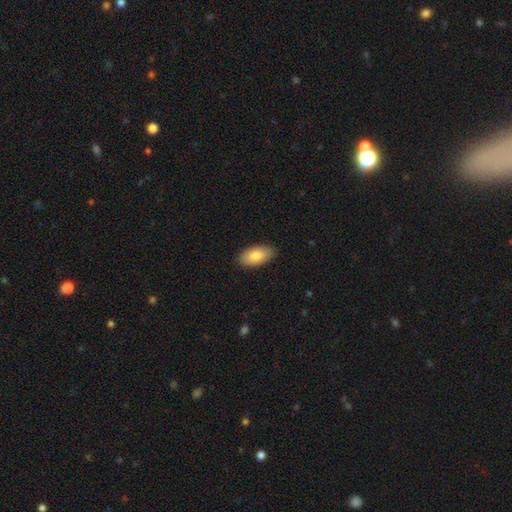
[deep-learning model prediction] Overall: smooth (80%). How rounded: in between (94%). Merging: none (87%).